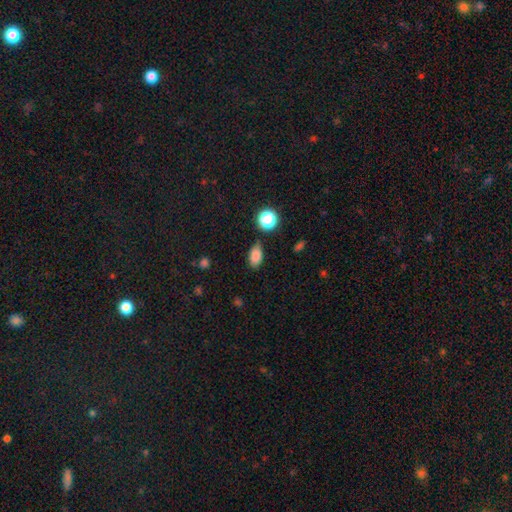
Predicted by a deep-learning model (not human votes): Q: Smooth or featured?
A: smooth (83%); runner-up: star or artifact (11%)
Q: How rounded?
A: in between (87%); runner-up: round (11%)
Q: Merging?
A: none (80%); runner-up: minor disturbance (14%)